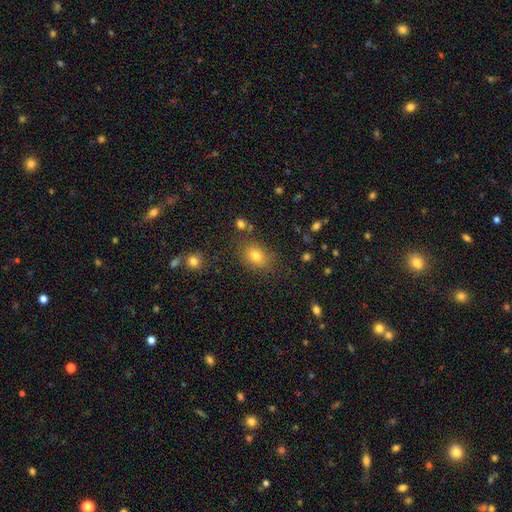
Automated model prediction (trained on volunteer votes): Smooth or featured: smooth — 77% (star or artifact — 14%)
How rounded: in between — 56% (round — 42%)
Merging: none — 77% (minor disturbance — 15%)